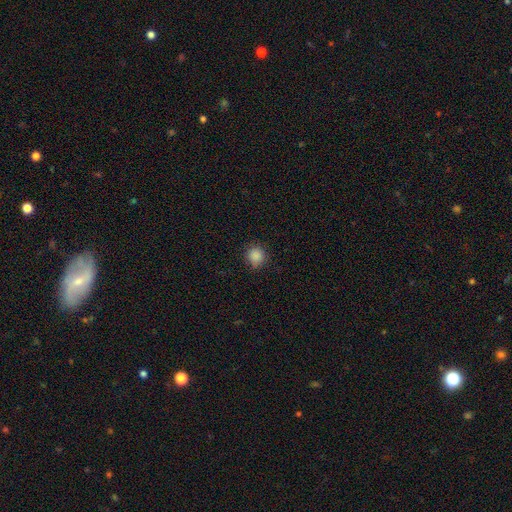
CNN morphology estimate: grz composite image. It shows a smooth galaxy with no disk features (87%) that is round (89%). Merging: none (86%).